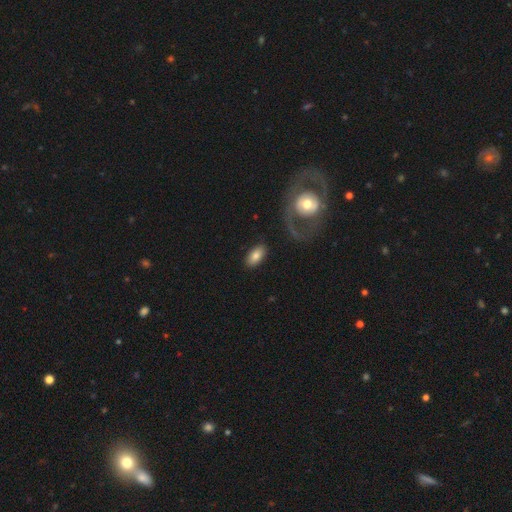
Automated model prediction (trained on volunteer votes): A smooth galaxy with no disk features (79%) that is in between round and cigar-shaped (92%).

Vote fractions:
- Smooth or featured? smooth: 79% / featured or disk: 14% / star or artifact: 7%
- How rounded? in between: 92% / cigar-shaped: 4% / round: 4%
- Merging? none: 84% / minor disturbance: 9% / major disturbance: 4% / merger: 3%